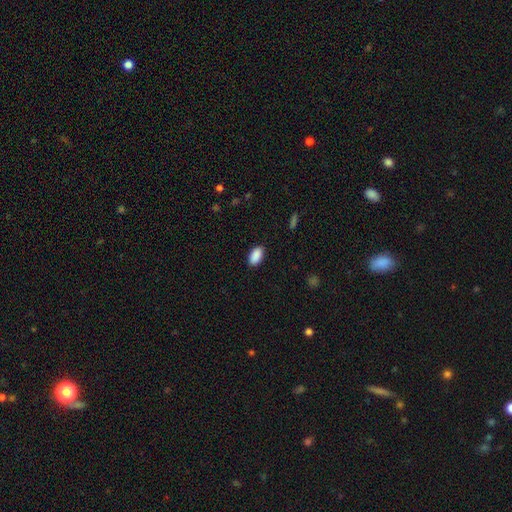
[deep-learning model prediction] smooth 90%, star or artifact 7%, featured or disk 3%. Down the decision tree: how rounded — in between (94%); merging — none (88%).